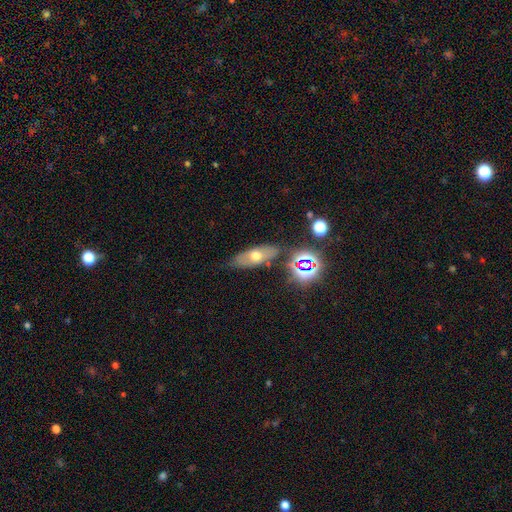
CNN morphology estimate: smooth-or-featured: smooth: 53% | featured or disk: 33% | star or artifact: 14%
  how-rounded: in between: 75% | cigar-shaped: 19% | round: 7%
  merging: none: 74% | minor disturbance: 16% | merger: 5% | major disturbance: 5%